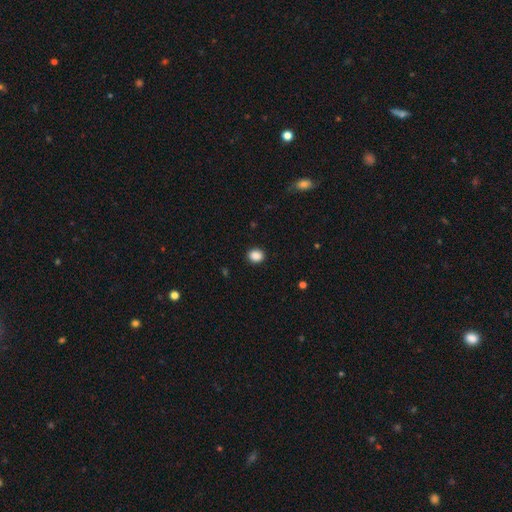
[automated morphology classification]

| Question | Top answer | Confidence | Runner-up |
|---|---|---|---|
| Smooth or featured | smooth | 88% | star or artifact (9%) |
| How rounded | round | 63% | in between (36%) |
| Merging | none | 90% | minor disturbance (7%) |